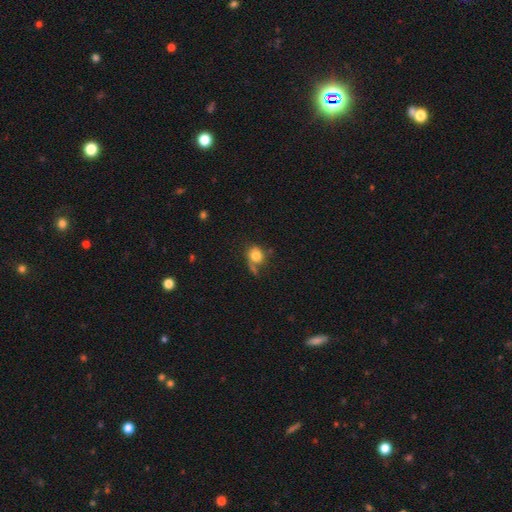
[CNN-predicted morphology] Smooth or featured? Predicted: smooth (p=0.76). How rounded? Predicted: round (p=0.67). Merging? Predicted: none (p=0.47).